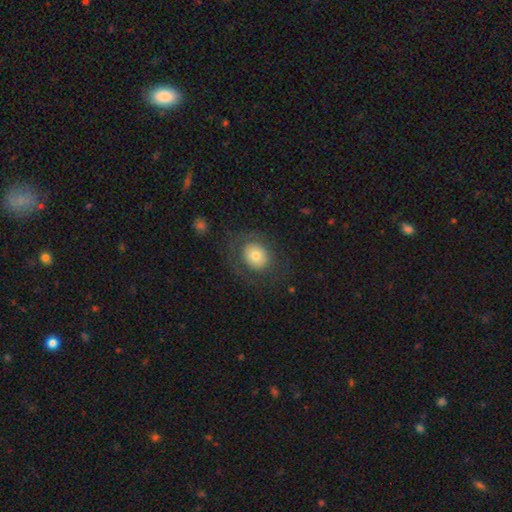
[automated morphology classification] smooth-or-featured: smooth: 66% | featured or disk: 26% | star or artifact: 8%
  how-rounded: round: 66% | in between: 33% | cigar-shaped: 1%
  merging: none: 71% | major disturbance: 14% | minor disturbance: 14% | merger: 1%